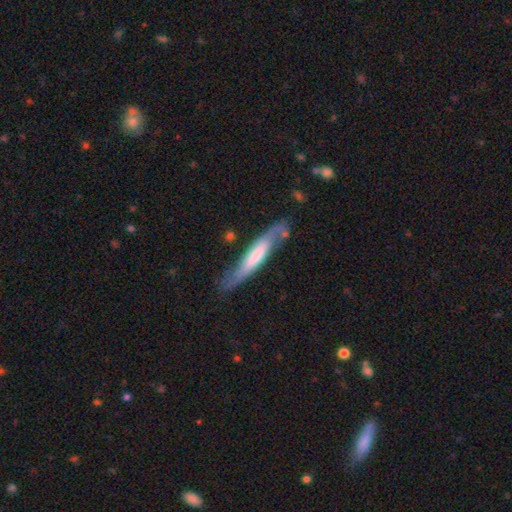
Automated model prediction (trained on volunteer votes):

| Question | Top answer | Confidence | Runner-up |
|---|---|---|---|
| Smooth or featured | featured or disk | 50% | smooth (44%) |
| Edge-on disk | yes | 59% | no (41%) |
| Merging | none | 69% | minor disturbance (21%) |